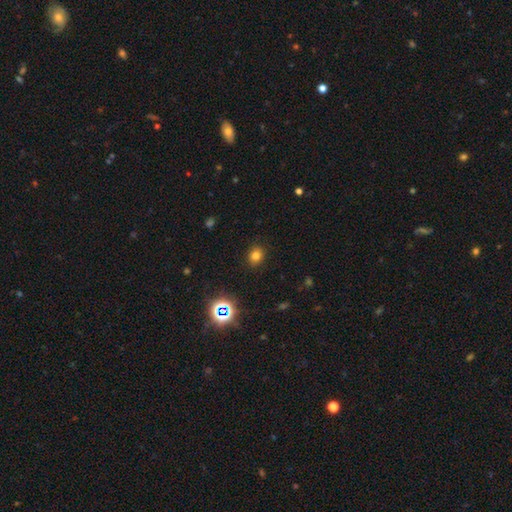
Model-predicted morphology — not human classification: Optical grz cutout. It shows a smooth galaxy with no disk features (76%) that is round (62%). Merging: none (89%).